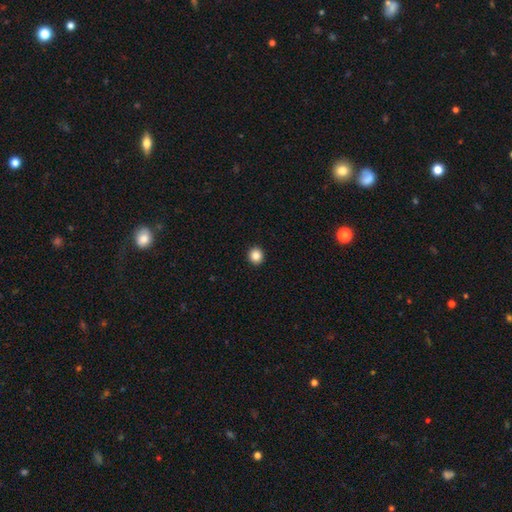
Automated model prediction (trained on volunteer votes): Smooth or featured? Predicted: smooth (p=0.86). How rounded? Predicted: round (p=0.89). Merging? Predicted: none (p=0.94).